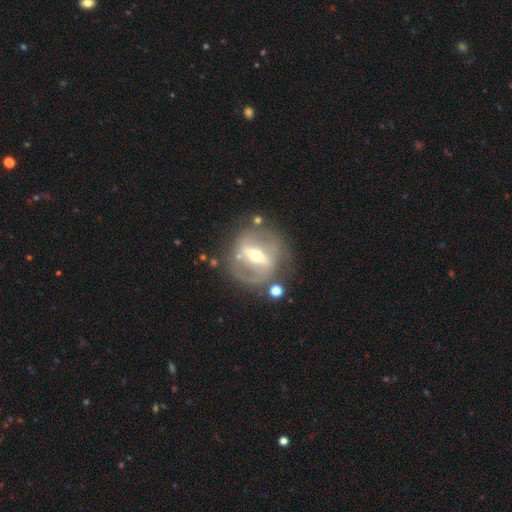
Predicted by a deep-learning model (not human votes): Q: Smooth or featured?
A: featured or disk (81%); runner-up: smooth (12%)
Q: Edge-on disk?
A: no (92%); runner-up: yes (8%)
Q: Bar?
A: strong (65%); runner-up: weak (26%)
Q: Spiral arms?
A: yes (68%); runner-up: no (32%)
Q: Spiral winding?
A: medium (41%); runner-up: tight (36%)
Q: Spiral arm count?
A: 2 (72%); runner-up: can't tell (15%)
Q: Bulge size?
A: moderate (63%); runner-up: small (31%)
Q: Merging?
A: none (72%); runner-up: minor disturbance (15%)